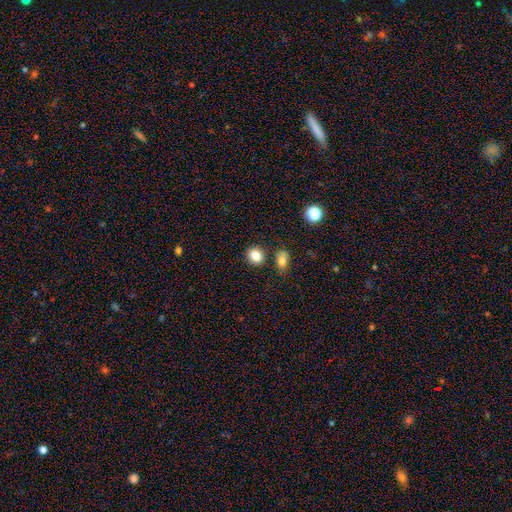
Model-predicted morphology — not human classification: smooth_or_featured: smooth (p=0.84) [alt: star or artifact p=0.11]
how_rounded: round (p=0.69) [alt: in between p=0.30]
merging: none (p=0.80) [alt: minor disturbance p=0.09]